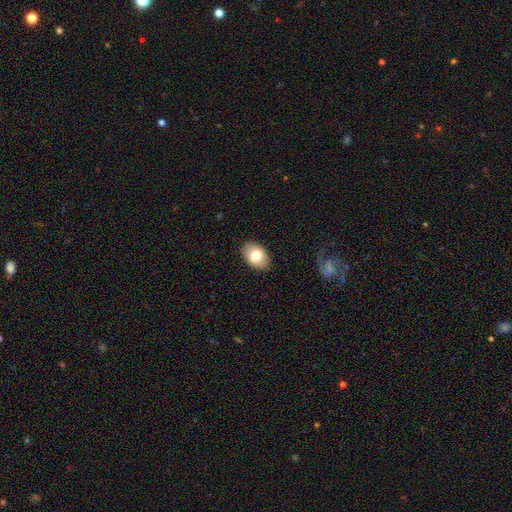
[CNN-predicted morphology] Smooth or featured? Predicted: smooth (p=0.77). How rounded? Predicted: in between (p=0.84). Merging? Predicted: none (p=0.87).